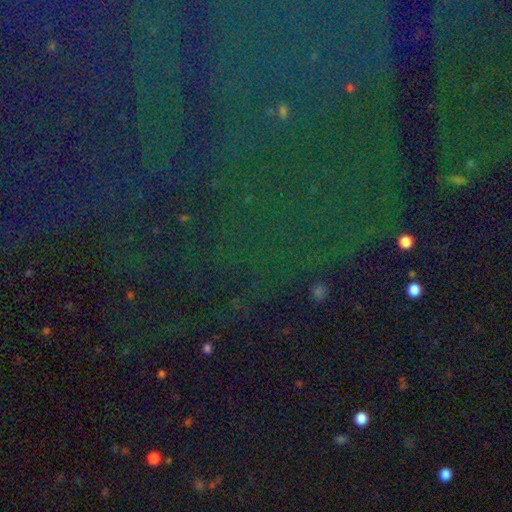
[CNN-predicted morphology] Smooth or featured?
  - star or artifact: 85% *
  - smooth: 8%
  - featured or disk: 7%